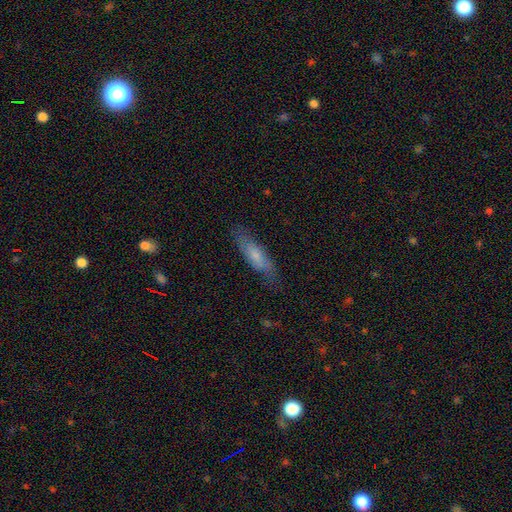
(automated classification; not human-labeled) Q: Smooth or featured?
A: smooth (64%); runner-up: featured or disk (29%)
Q: How rounded?
A: cigar-shaped (62%); runner-up: in between (36%)
Q: Merging?
A: none (74%); runner-up: minor disturbance (19%)